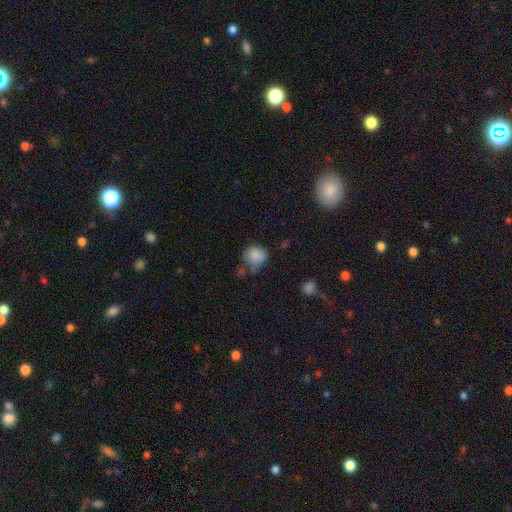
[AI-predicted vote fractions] This is clearly a smooth galaxy (84%). How rounded: likely round (78%). Merging: possibly none (53%).